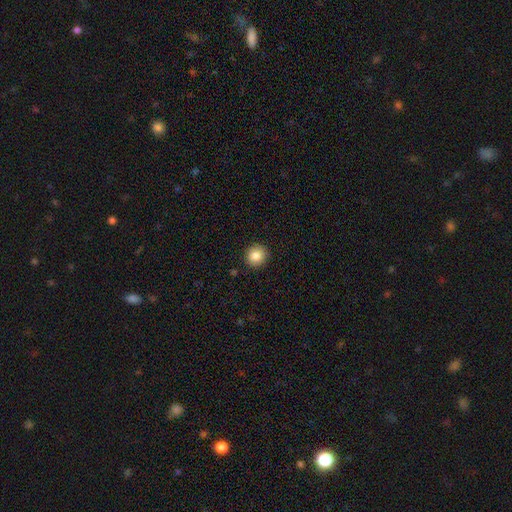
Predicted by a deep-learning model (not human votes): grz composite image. It shows a smooth galaxy with no disk features (85%) that is round (91%). Merging: none (91%).